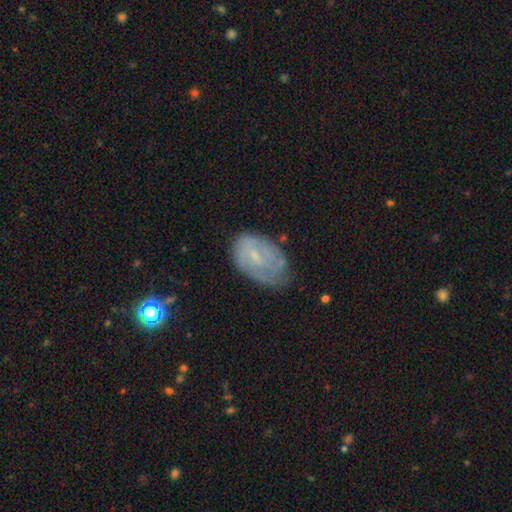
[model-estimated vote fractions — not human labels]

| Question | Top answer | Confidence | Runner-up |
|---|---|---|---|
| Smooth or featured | featured or disk | 60% | smooth (32%) |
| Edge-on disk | no | 96% | yes (4%) |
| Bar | weak | 46% | tied: no (46%) |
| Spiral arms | yes | 74% | no (26%) |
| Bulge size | small | 68% | moderate (19%) |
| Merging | none | 49% | minor disturbance (34%) |